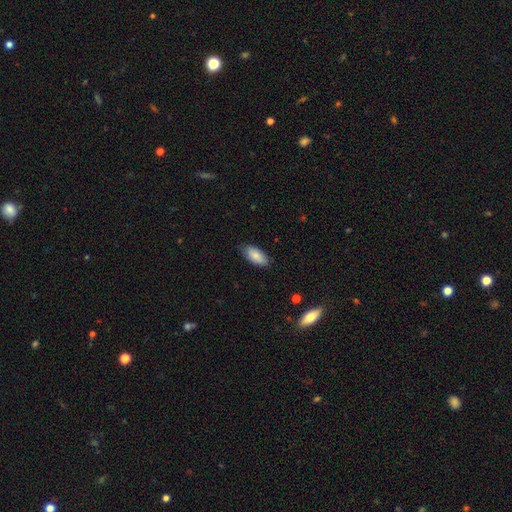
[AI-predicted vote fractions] Overall: smooth (82%). How rounded: in between (91%). Merging: none (82%).